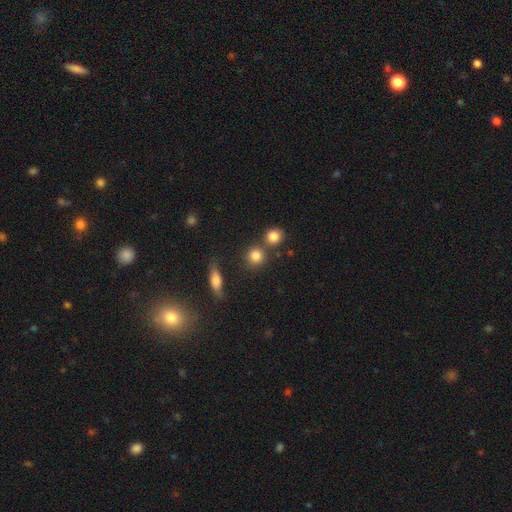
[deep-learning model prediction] This is clearly a smooth galaxy (82%). How rounded: clearly round (87%). Merging: likely none (67%).